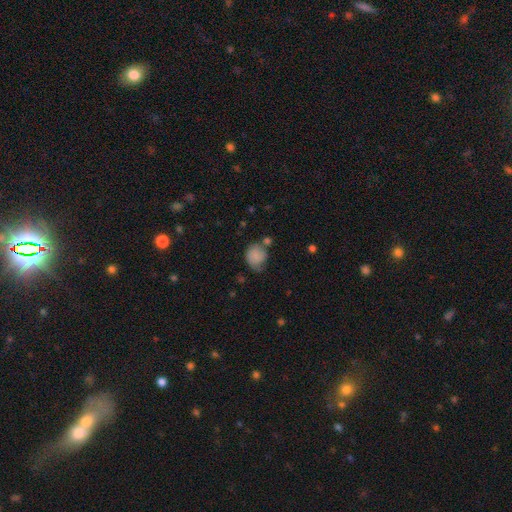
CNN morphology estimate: smooth-or-featured: smooth: 80% | featured or disk: 11% | star or artifact: 9%
  how-rounded: round: 68% | in between: 31% | cigar-shaped: 1%
  merging: none: 51% | minor disturbance: 30% | major disturbance: 10% | merger: 10%